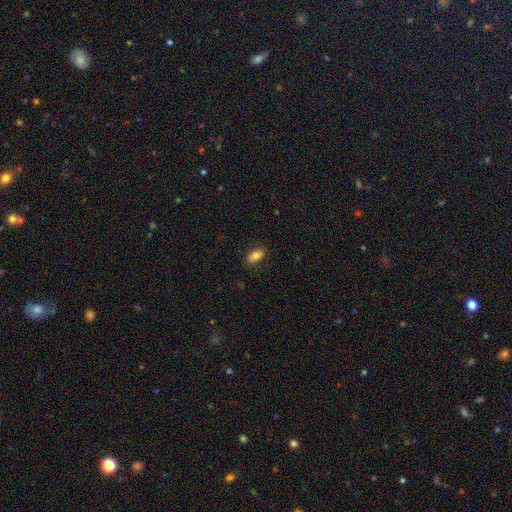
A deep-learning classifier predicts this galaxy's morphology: A smooth galaxy with no disk features (79%) that is in between round and cigar-shaped (91%).

Vote fractions:
- Smooth or featured? smooth: 79% / featured or disk: 13% / star or artifact: 8%
- How rounded? in between: 91% / round: 5% / cigar-shaped: 4%
- Merging? none: 84% / minor disturbance: 12% / major disturbance: 3% / merger: 1%